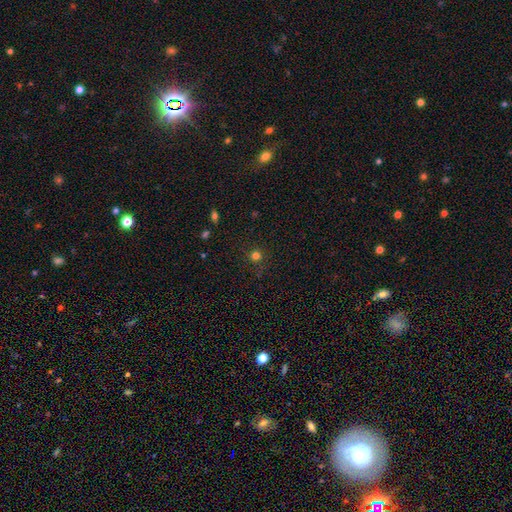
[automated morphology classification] Smooth or featured?
  - smooth: 75% *
  - star or artifact: 20%
  - featured or disk: 5%
How rounded?
  - round: 94% *
  - in between: 5%
  - cigar-shaped: 1%
Merging?
  - none: 87% *
  - minor disturbance: 8%
  - major disturbance: 3%
  - merger: 2%